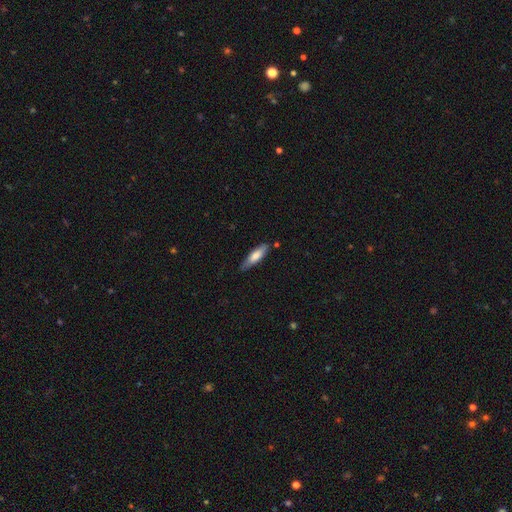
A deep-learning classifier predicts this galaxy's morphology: Smooth or featured? smooth (71%)
How rounded? cigar-shaped (62%)
Merging? none (75%)